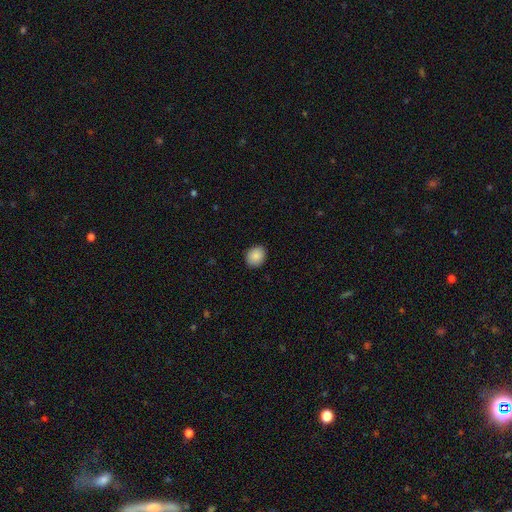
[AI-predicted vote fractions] The model was most divided on "how rounded": round: 62%, in between: 37%, cigar-shaped: 1%. More confident: merging — none (89%); smooth or featured — smooth (88%).